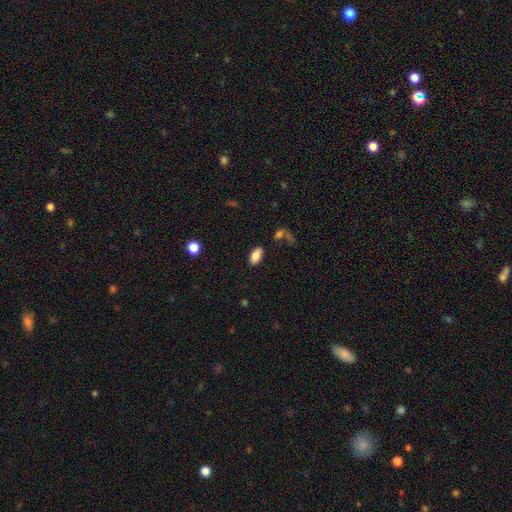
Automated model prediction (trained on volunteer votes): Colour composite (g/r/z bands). It shows a smooth galaxy with no disk features (86%) that is in between round and cigar-shaped (93%). Merging: none (84%).